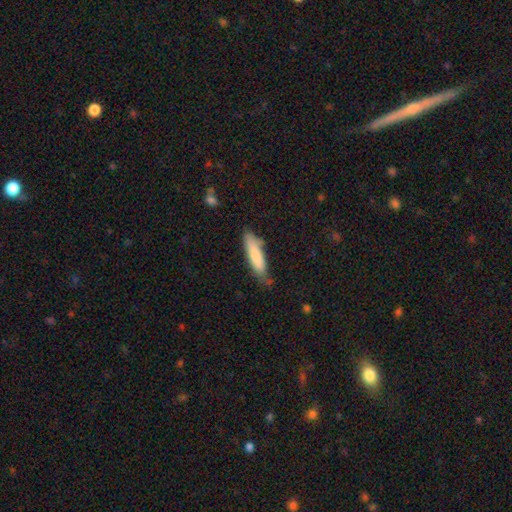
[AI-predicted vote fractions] smooth 80%, featured or disk 15%, star or artifact 6%. Down the decision tree: how rounded — cigar-shaped (72%); merging — none (62%).